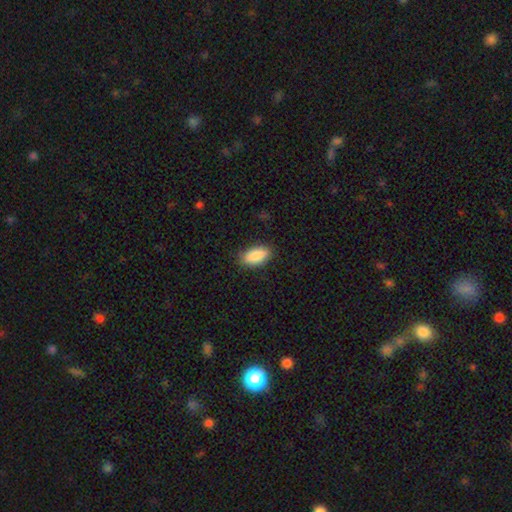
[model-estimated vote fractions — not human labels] smooth_or_featured: smooth (p=0.89) [alt: star or artifact p=0.06]
how_rounded: in between (p=0.90) [alt: cigar-shaped p=0.07]
merging: none (p=0.85) [alt: minor disturbance p=0.11]